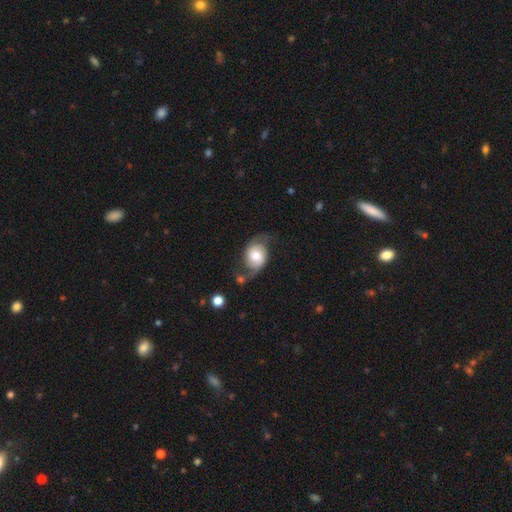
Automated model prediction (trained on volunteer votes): This appears to be a featured or disk galaxy (64%) with no bar (66%), 2 (86%) loose (56%) spiral arms (88%) and a moderate central bulge (62%). Merging: none (50%).